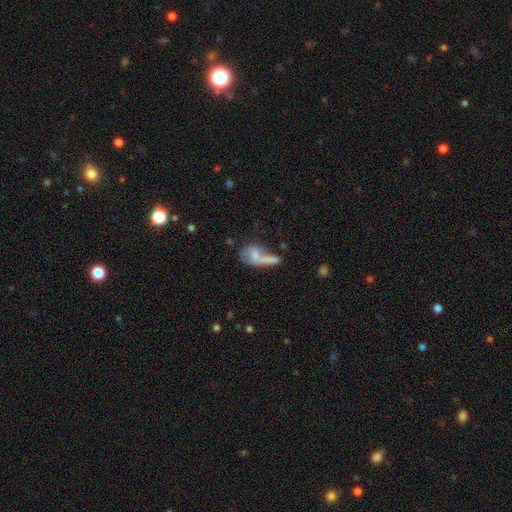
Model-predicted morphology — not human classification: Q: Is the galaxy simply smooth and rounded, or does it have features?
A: smooth — 45%.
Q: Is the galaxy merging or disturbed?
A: merger — 43%.